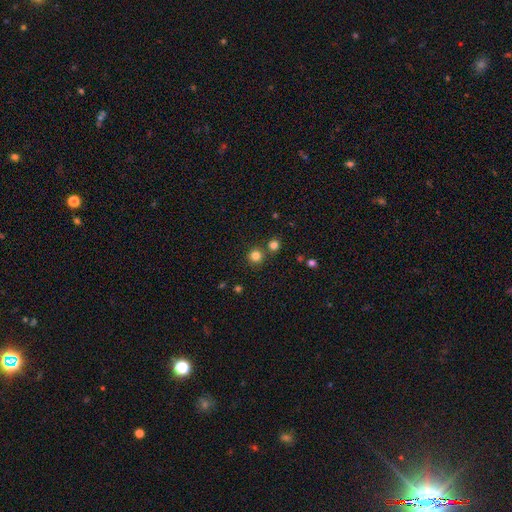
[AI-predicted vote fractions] Smooth or featured? smooth (80%)
How rounded? round (93%)
Merging? none (77%)